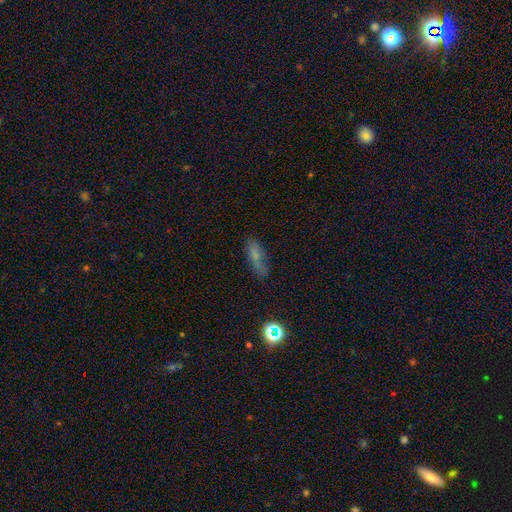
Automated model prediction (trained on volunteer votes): smooth_or_featured: smooth (p=0.66) [alt: featured or disk p=0.19]
how_rounded: in between (p=0.60) [alt: cigar-shaped p=0.36]
merging: none (p=0.60) [alt: minor disturbance p=0.26]